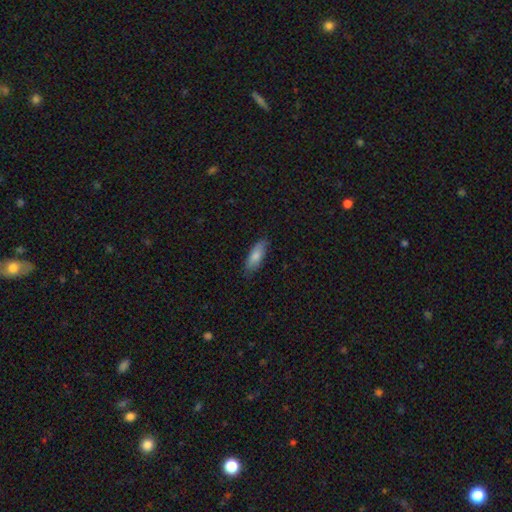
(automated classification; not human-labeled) The model was most divided on "how rounded": in between: 67%, cigar-shaped: 31%, round: 2%. More confident: merging — none (82%); smooth or featured — smooth (80%).